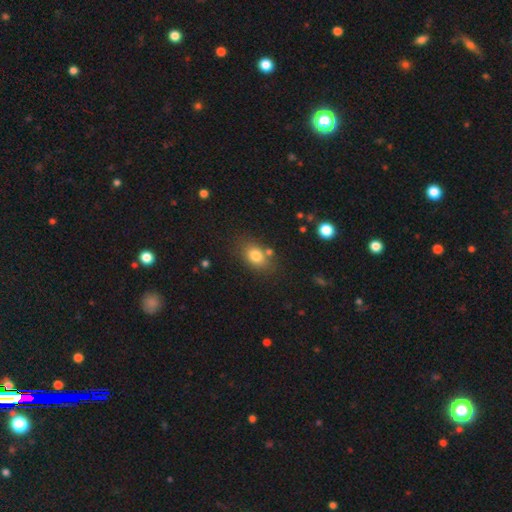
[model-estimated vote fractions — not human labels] This appears to be a smooth galaxy with no disk features (79%) that is in between round and cigar-shaped (72%). Merging: none (75%).